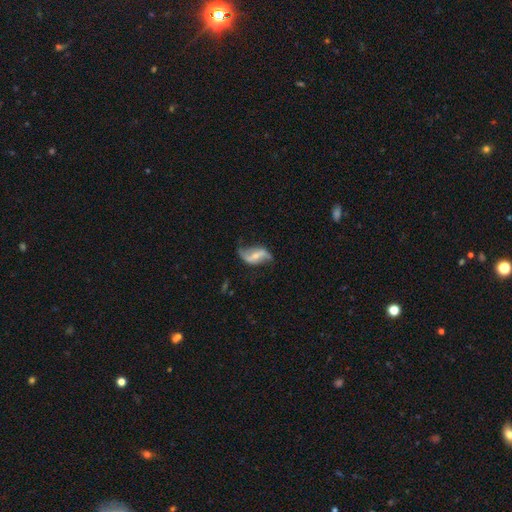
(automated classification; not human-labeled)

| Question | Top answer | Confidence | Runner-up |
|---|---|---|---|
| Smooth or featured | featured or disk | 81% | smooth (13%) |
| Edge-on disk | no | 95% | yes (5%) |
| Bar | strong | 48% | weak (34%) |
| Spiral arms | yes | 89% | no (11%) |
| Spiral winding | loose | 80% | medium (15%) |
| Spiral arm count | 2 | 89% | 1 (4%) |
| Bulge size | small | 53% | moderate (36%) |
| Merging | none | 63% | minor disturbance (22%) |